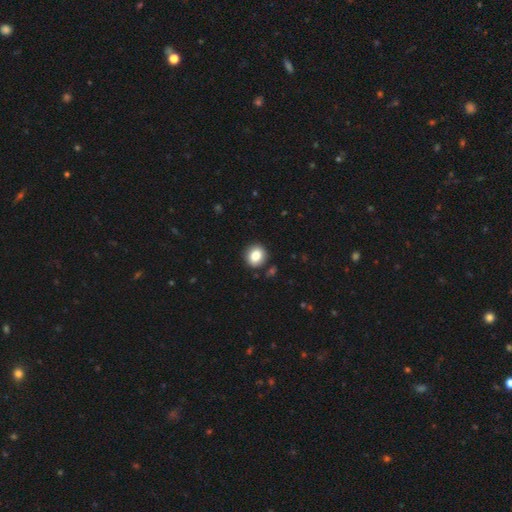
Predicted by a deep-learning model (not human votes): Smooth or featured?
  - smooth: 83% *
  - star or artifact: 10%
  - featured or disk: 7%
How rounded?
  - round: 82% *
  - in between: 17%
  - cigar-shaped: 1%
Merging?
  - none: 90% *
  - minor disturbance: 7%
  - major disturbance: 2%
  - merger: 2%